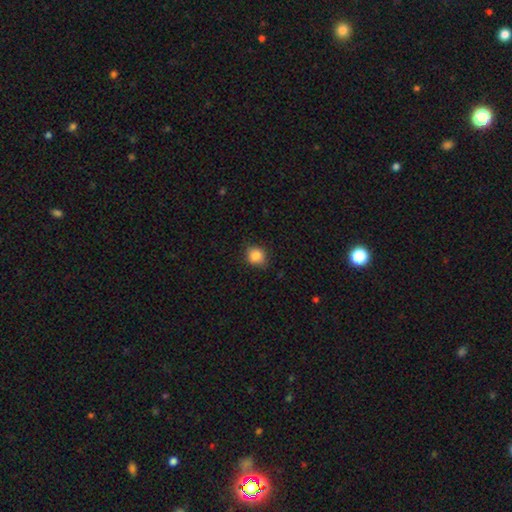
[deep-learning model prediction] smooth_or_featured: smooth (p=0.86) [alt: star or artifact p=0.09]
how_rounded: round (p=0.72) [alt: in between p=0.27]
merging: none (p=0.80) [alt: minor disturbance p=0.16]